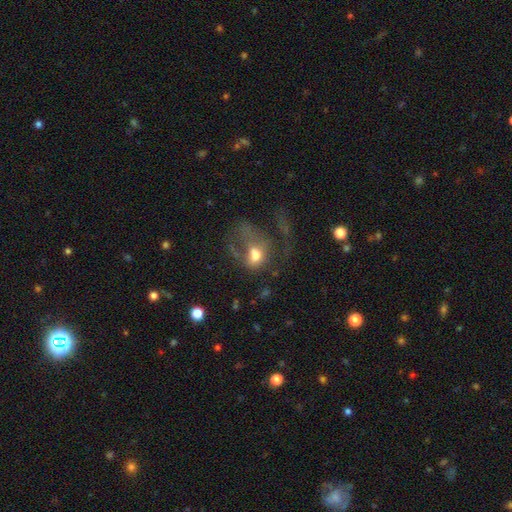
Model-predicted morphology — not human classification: The model was most divided on "smooth or featured": smooth: 50%, featured or disk: 37%, star or artifact: 13%. More confident: how rounded — in between (64%); merging — major disturbance (58%).